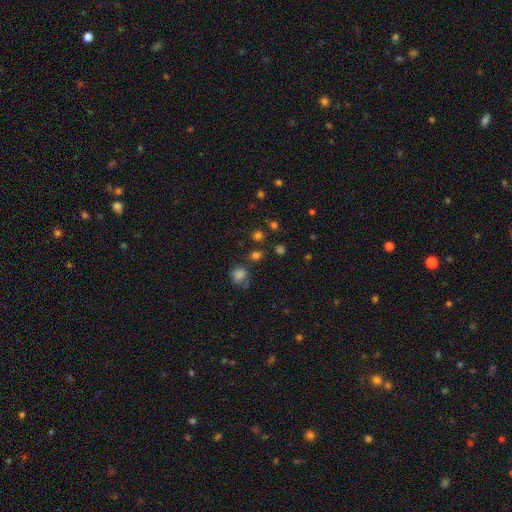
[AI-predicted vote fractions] Overall: smooth (57%; star or artifact 35%). How rounded: round (84%). Merging: none (72%).